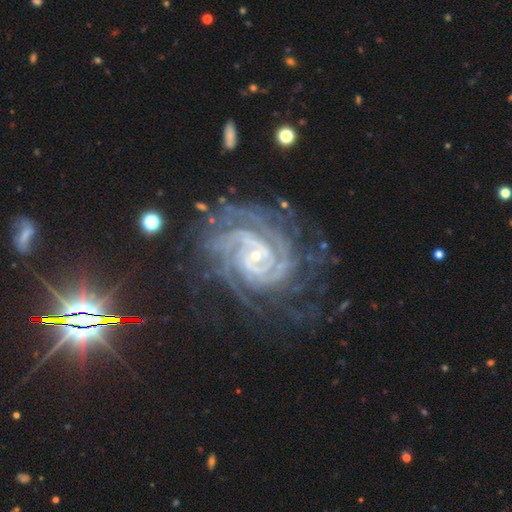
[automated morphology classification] Overall: featured or disk (92%). Edge-on disk: no (98%). Bar: no (53%; weak 31%). Spiral arms: yes (99%). Spiral arm count: 2 (21%; 4 20%). Spiral winding: tight (79%). Bulge size: small (77%). Merging: none (66%).